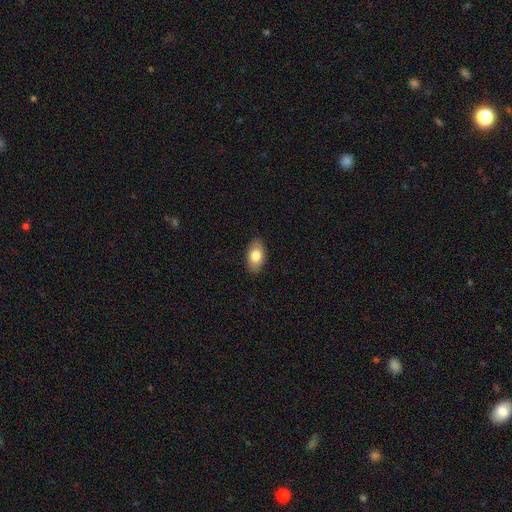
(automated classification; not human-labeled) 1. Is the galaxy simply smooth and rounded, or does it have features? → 80% smooth, 14% featured or disk, 7% star or artifact.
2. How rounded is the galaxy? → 92% in between, 6% round, 2% cigar-shaped.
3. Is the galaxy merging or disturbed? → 87% none, 10% minor disturbance, 2% major disturbance, 1% merger.